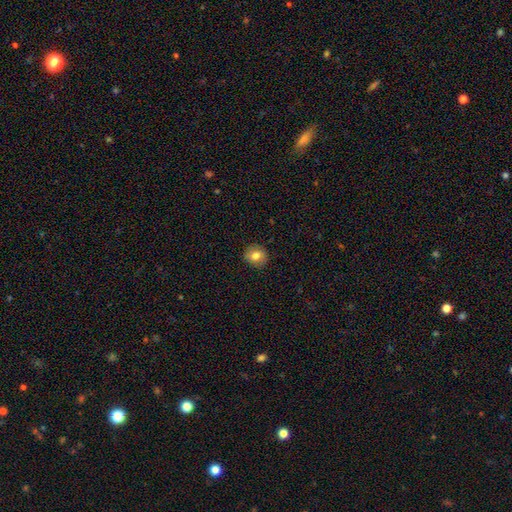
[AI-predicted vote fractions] Overall: smooth (79%). How rounded: round (82%). Merging: none (88%).